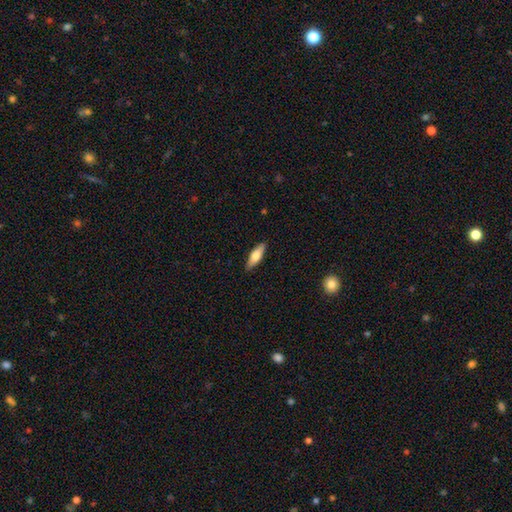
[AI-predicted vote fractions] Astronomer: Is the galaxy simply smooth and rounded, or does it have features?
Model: smooth — 65%.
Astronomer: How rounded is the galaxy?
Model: in between — 50% (runner-up: cigar-shaped, 47%).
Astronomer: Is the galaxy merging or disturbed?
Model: none — 88%.